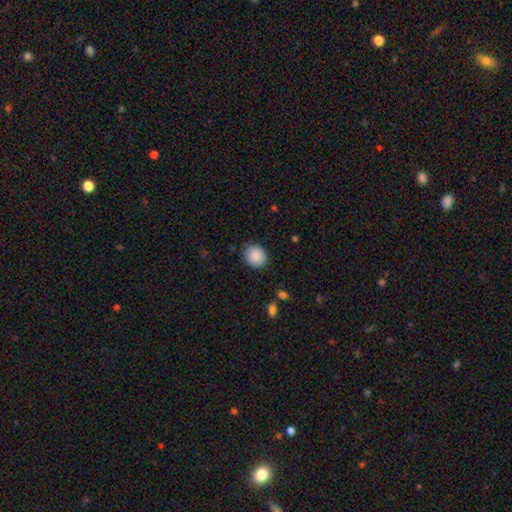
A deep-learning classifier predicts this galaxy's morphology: smooth-or-featured: smooth: 89% | star or artifact: 8% | featured or disk: 3%
  how-rounded: round: 80% | in between: 19% | cigar-shaped: 1%
  merging: none: 88% | minor disturbance: 9% | major disturbance: 2% | merger: 1%